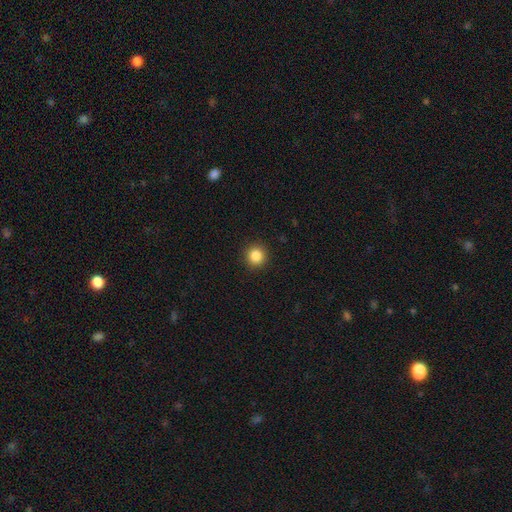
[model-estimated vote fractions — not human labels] Smooth or featured?
  - smooth: 85% *
  - star or artifact: 11%
  - featured or disk: 4%
How rounded?
  - round: 94% *
  - in between: 5%
  - cigar-shaped: 1%
Merging?
  - none: 92% *
  - minor disturbance: 5%
  - major disturbance: 2%
  - merger: 1%